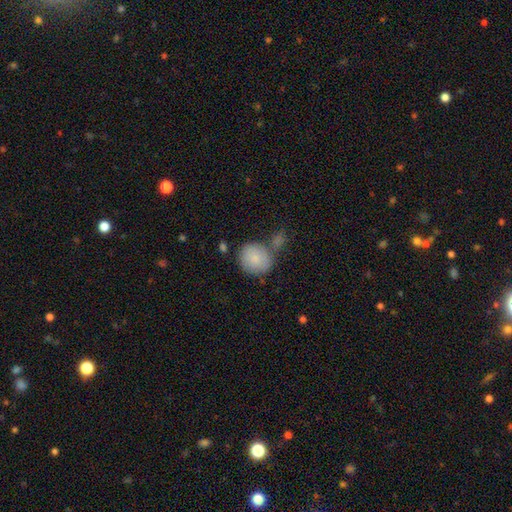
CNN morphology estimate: A smooth galaxy with no disk features (84%) that is round (82%).

Vote fractions:
- Smooth or featured? smooth: 84% / featured or disk: 9% / star or artifact: 7%
- How rounded? round: 82% / in between: 17% / cigar-shaped: 1%
- Merging? none: 58% / merger: 22% / minor disturbance: 15% / major disturbance: 5%